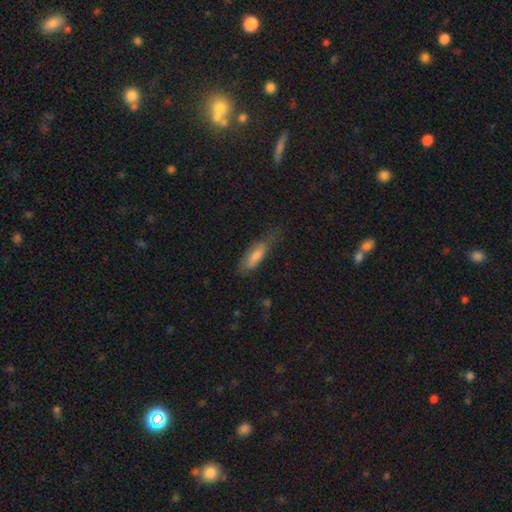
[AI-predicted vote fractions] Smooth or featured?
  - smooth: 66% *
  - featured or disk: 26%
  - star or artifact: 8%
How rounded?
  - in between: 50% *
  - cigar-shaped: 48%
  - round: 2%
Merging?
  - none: 54% *
  - minor disturbance: 31%
  - major disturbance: 14%
  - merger: 2%